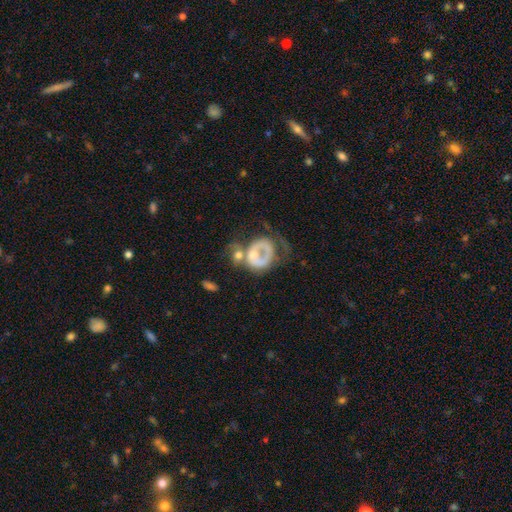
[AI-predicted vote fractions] Smooth or featured?
  - featured or disk: 53% *
  - smooth: 37%
  - star or artifact: 9%
Edge-on disk?
  - no: 97% *
  - yes: 3%
Bar?
  - no: 82% *
  - weak: 14%
  - strong: 5%
Spiral arms?
  - no: 73% *
  - yes: 27%
Bulge size?
  - moderate: 42% *
  - small: 26%
  - none: 22%
  - large: 7%
  - dominant: 3%
Merging?
  - merger: 35% *
  - major disturbance: 32%
  - none: 20%
  - minor disturbance: 13%